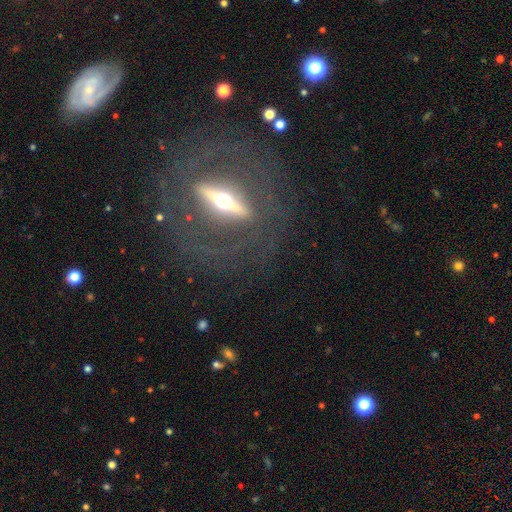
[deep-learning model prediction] featured or disk 77%, smooth 13%, star or artifact 9%. Down the decision tree: edge-on disk — yes (56%); merging — none (77%).